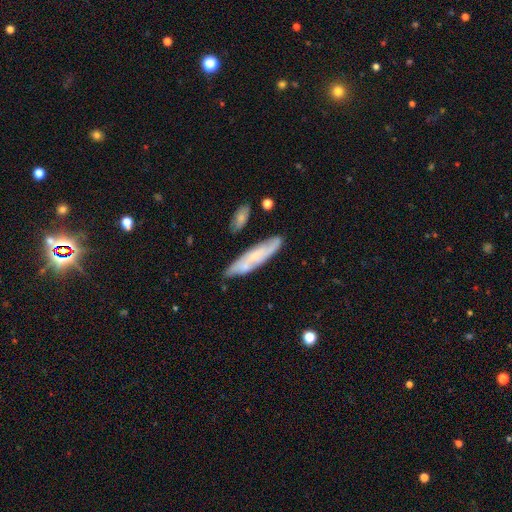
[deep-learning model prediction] smooth-or-featured: featured or disk: 50% | smooth: 42% | star or artifact: 7%
  disk-edge-on: no: 55% | yes: 45%
  merging: none: 75% | minor disturbance: 16% | merger: 6% | major disturbance: 4%